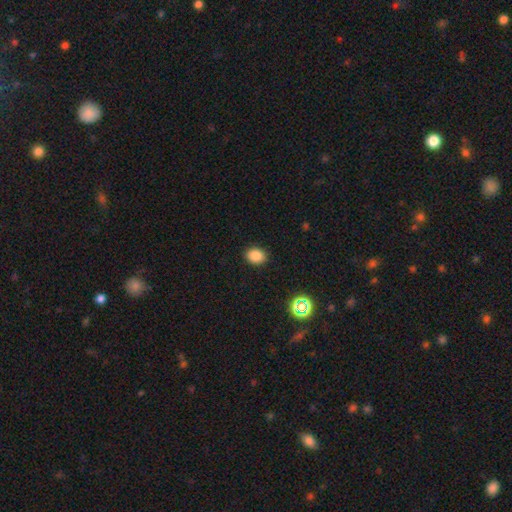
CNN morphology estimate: Q: Smooth or featured?
A: smooth (84%); runner-up: star or artifact (12%)
Q: How rounded?
A: in between (50%); runner-up: round (49%)
Q: Merging?
A: none (90%); runner-up: minor disturbance (7%)